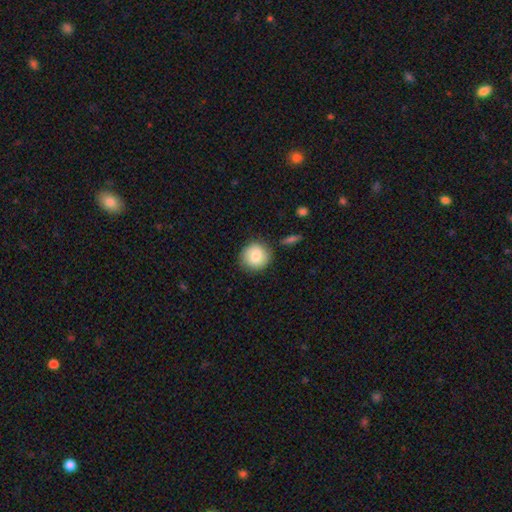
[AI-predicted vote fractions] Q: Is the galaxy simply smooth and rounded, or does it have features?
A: smooth — 83%.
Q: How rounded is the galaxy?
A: round — 90%.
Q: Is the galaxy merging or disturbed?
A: none — 84%.